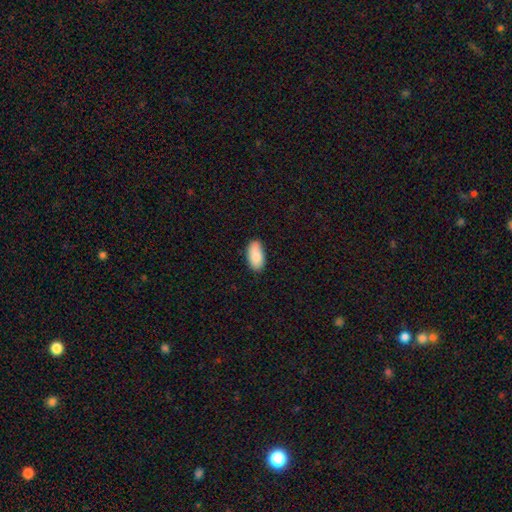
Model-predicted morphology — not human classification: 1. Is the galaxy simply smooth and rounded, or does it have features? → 87% smooth, 7% featured or disk, 6% star or artifact.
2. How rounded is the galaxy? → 94% in between, 4% cigar-shaped, 2% round.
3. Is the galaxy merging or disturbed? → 84% none, 13% minor disturbance, 2% major disturbance, 1% merger.